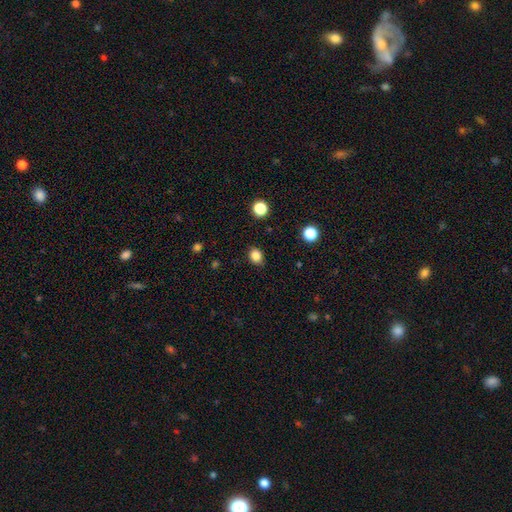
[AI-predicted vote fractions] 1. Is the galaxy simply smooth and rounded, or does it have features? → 84% smooth, 11% star or artifact, 4% featured or disk.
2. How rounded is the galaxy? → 55% round, 45% in between, 1% cigar-shaped.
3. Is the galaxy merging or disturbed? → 86% none, 10% minor disturbance, 3% major disturbance, 1% merger.